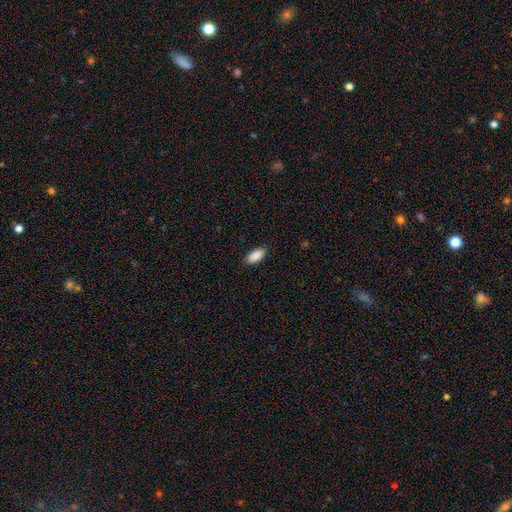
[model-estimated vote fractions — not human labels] Smooth or featured? Predicted: smooth (p=0.91). How rounded? Predicted: in between (p=0.90). Merging? Predicted: none (p=0.88).